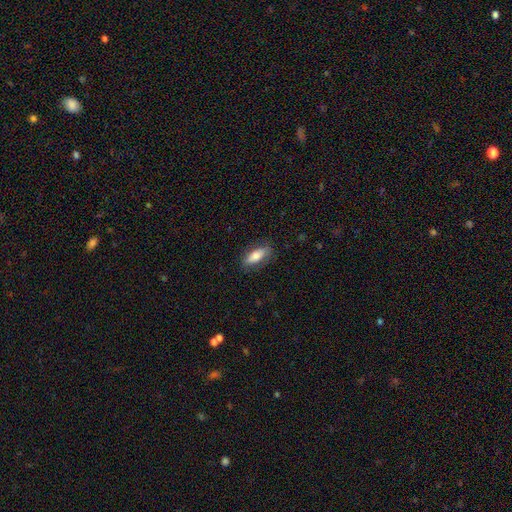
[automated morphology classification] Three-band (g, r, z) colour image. It shows a smooth galaxy with no disk features (73%) that is in between round and cigar-shaped (71%). Merging: none (80%).